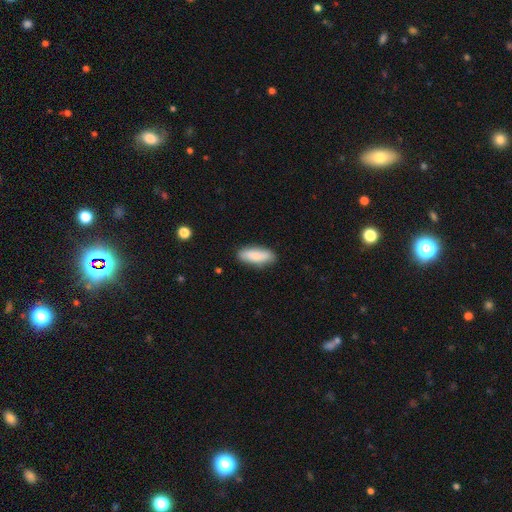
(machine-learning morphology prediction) Smooth or featured? smooth (86%)
How rounded? in between (66%)
Merging? none (85%)